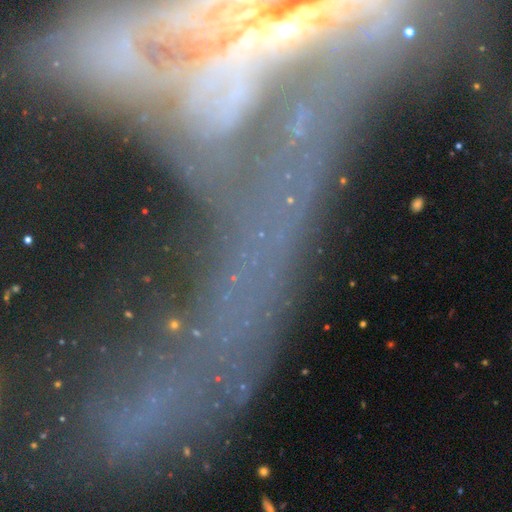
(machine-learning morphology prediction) Smooth or featured: featured or disk — 52% (star or artifact — 30%)
Edge-on disk: no — 68% (yes — 32%)
Merging: none — 39% (major disturbance — 27%)